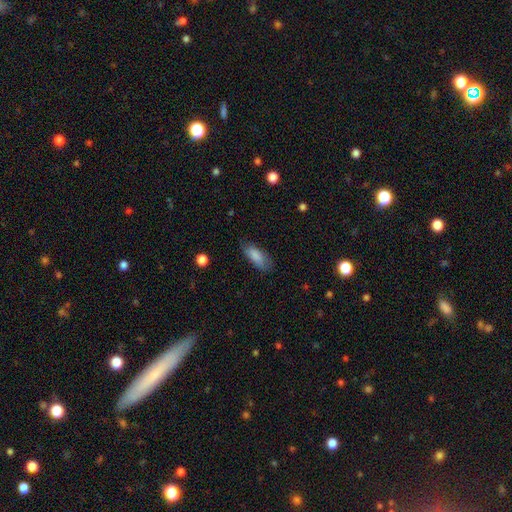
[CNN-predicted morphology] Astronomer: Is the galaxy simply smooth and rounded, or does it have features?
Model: smooth — 83%.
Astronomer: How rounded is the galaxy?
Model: in between — 80%.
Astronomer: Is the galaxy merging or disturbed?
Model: none — 69%.